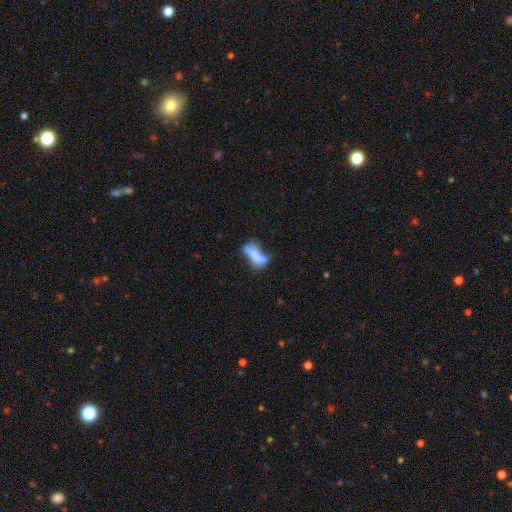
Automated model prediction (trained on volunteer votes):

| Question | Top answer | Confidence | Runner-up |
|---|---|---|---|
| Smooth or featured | smooth | 60% | featured or disk (29%) |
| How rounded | in between | 65% | cigar-shaped (31%) |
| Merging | none | 30% | major disturbance (27%) |